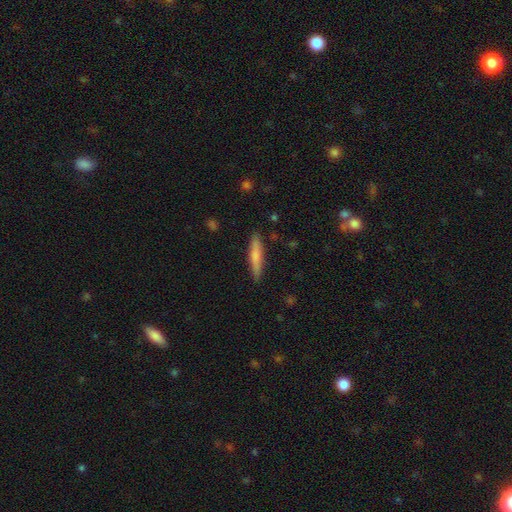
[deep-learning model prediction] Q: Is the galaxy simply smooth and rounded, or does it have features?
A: smooth — 69%.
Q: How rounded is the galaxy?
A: cigar-shaped — 90%.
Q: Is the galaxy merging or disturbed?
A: none — 88%.